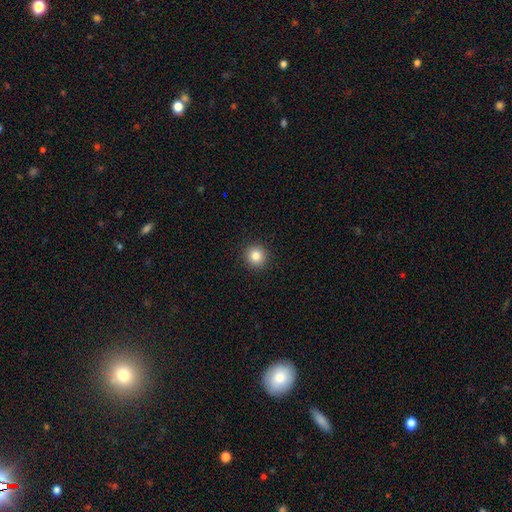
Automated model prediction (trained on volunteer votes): Smooth or featured? Predicted: smooth (p=0.84). How rounded? Predicted: round (p=0.93). Merging? Predicted: none (p=0.93).